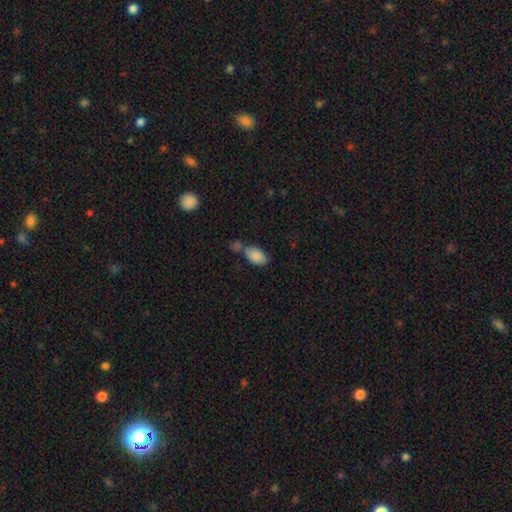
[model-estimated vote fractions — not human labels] Morphology: type=smooth (87%); roundness=in between (94%); merging=none (50%).